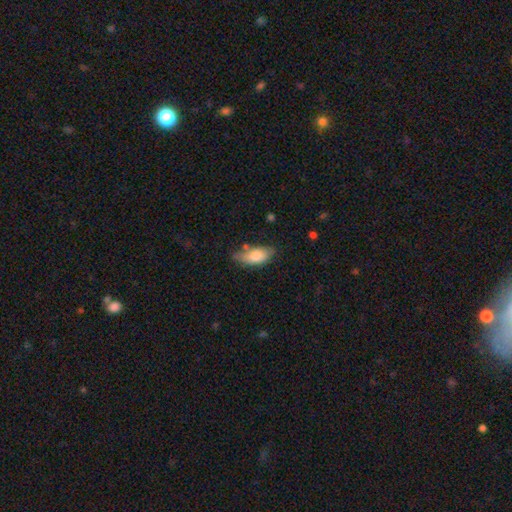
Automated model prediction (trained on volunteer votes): Smooth or featured?
  - smooth: 78% *
  - featured or disk: 15%
  - star or artifact: 6%
How rounded?
  - in between: 85% *
  - cigar-shaped: 12%
  - round: 3%
Merging?
  - none: 56% *
  - minor disturbance: 31%
  - major disturbance: 7%
  - merger: 6%